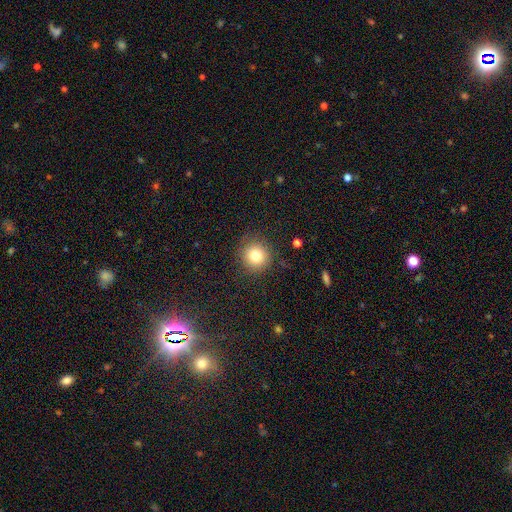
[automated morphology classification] smooth_or_featured: smooth (p=0.80) [alt: star or artifact p=0.12]
how_rounded: round (p=0.93) [alt: in between p=0.06]
merging: none (p=0.86) [alt: minor disturbance p=0.09]